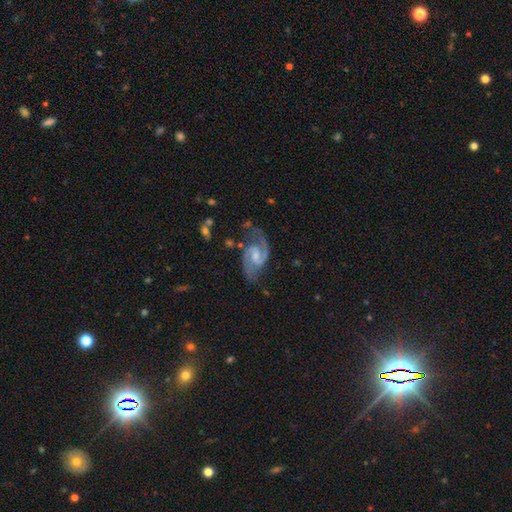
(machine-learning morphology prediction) Smooth or featured? Predicted: featured or disk (p=0.92). Edge-on disk? Predicted: no (p=0.98). Bar? Predicted: weak (p=0.58). Spiral arms? Predicted: yes (p=0.98). Spiral winding? Predicted: medium (p=0.63). Spiral arm count? Predicted: 2 (p=0.93). Bulge size? Predicted: small (p=0.46). Merging? Predicted: none (p=0.71).